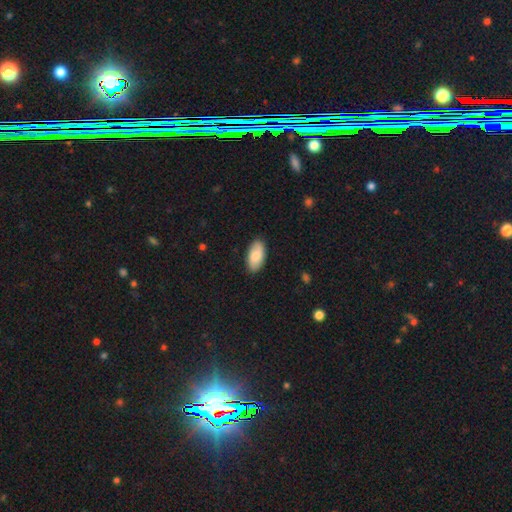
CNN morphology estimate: This is likely a smooth galaxy (80%). How rounded: clearly in between (94%). Merging: clearly none (87%).